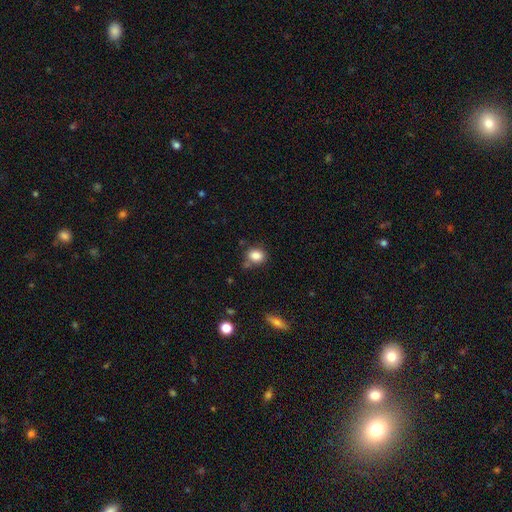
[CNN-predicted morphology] Overall: smooth (85%). How rounded: round (54%; in between 45%). Merging: none (71%).